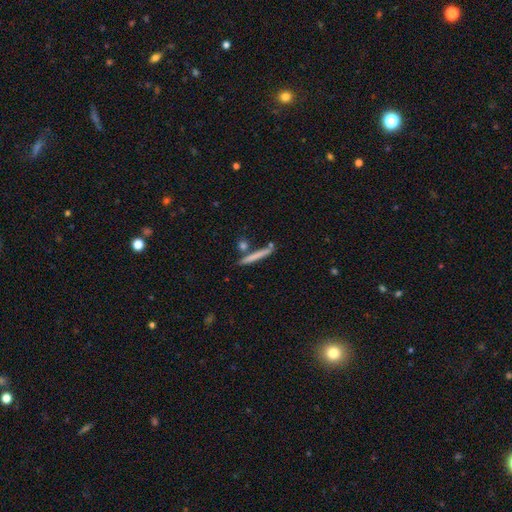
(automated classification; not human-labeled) Smooth or featured? Predicted: smooth (p=0.66). How rounded? Predicted: cigar-shaped (p=0.94). Merging? Predicted: none (p=0.79).